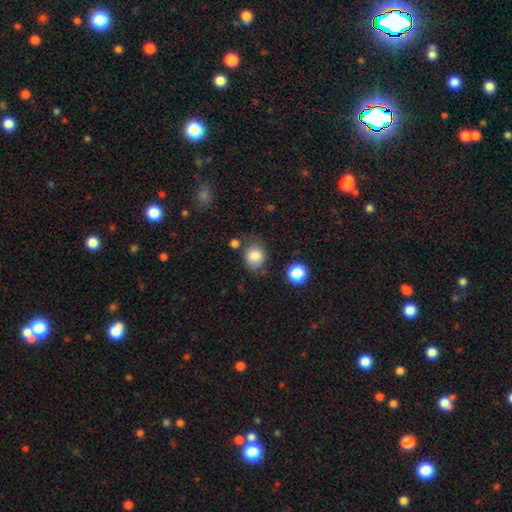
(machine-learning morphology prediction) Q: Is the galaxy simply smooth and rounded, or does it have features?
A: smooth — 83%.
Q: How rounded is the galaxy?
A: round — 61%.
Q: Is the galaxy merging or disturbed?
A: none — 66%.